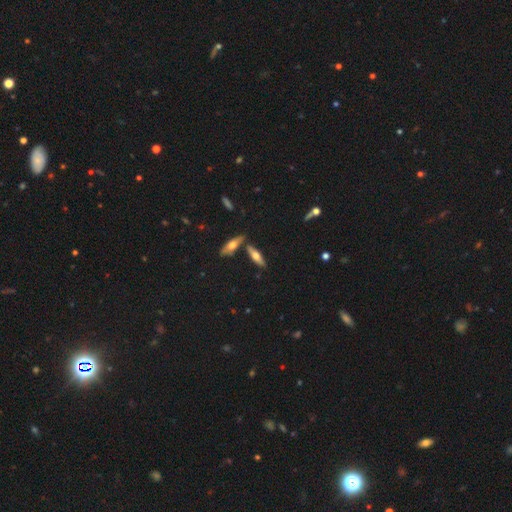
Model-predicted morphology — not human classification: A smooth galaxy with no disk features (48%). Merging: none (73%).